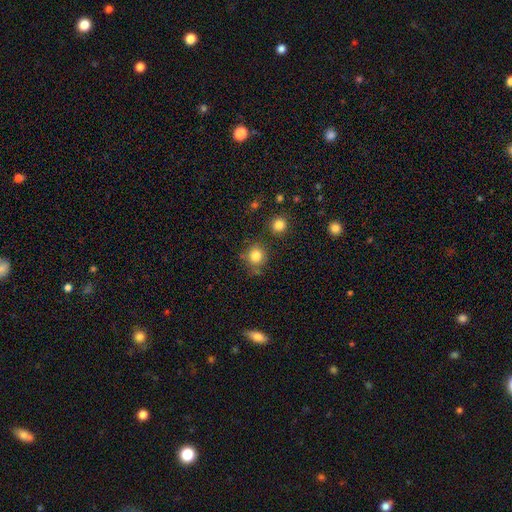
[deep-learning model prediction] Overall: smooth (82%). How rounded: round (88%). Merging: none (75%).